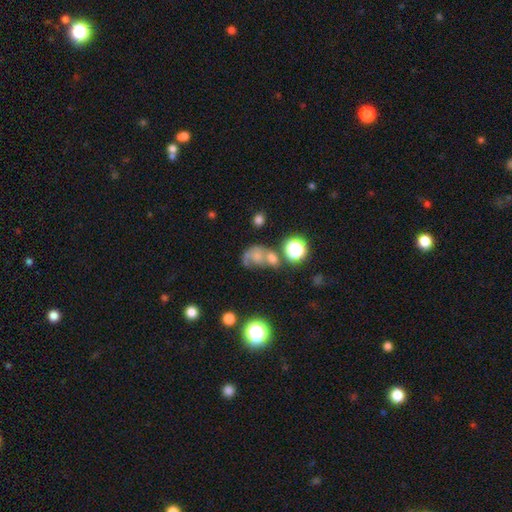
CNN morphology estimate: type=smooth (49%); merging=merger (40%).